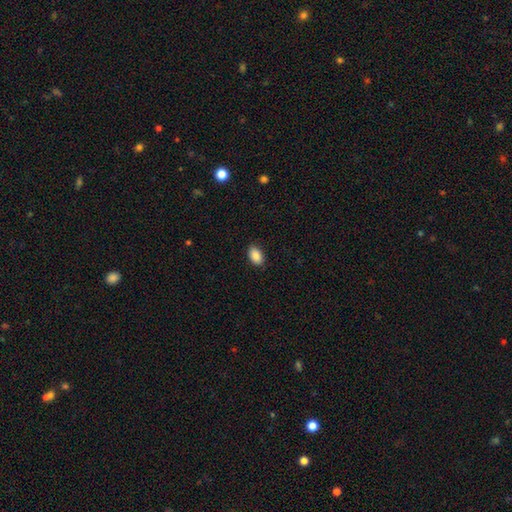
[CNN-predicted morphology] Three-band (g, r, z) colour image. It shows a smooth galaxy with no disk features (89%) that is in between round and cigar-shaped (91%). Merging: none (88%).